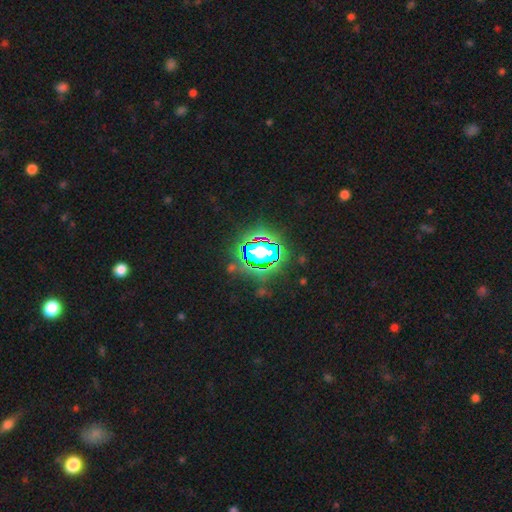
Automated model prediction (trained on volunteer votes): This is likely a star or artifact rather than a galaxy (70%).